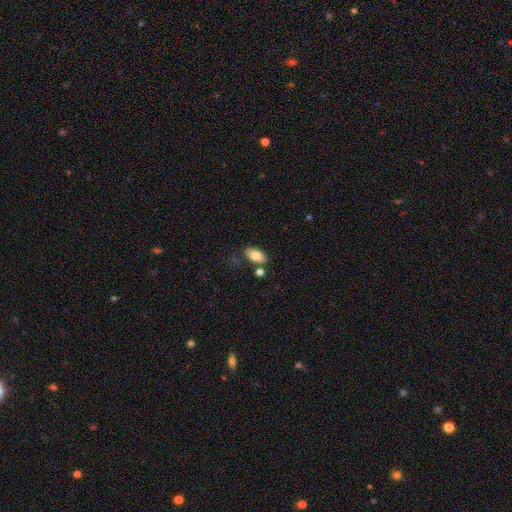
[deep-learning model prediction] Morphology: type=smooth (78%); roundness=in between (92%); merging=none (73%).